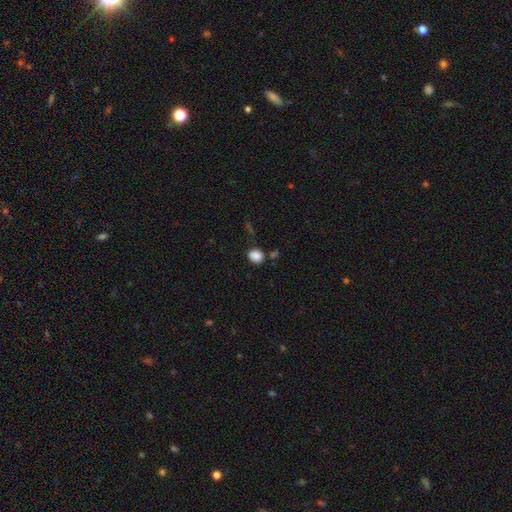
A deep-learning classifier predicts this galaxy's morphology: The model was most divided on "how rounded": round: 57%, in between: 41%, cigar-shaped: 1%. More confident: smooth or featured — smooth (86%); merging — none (76%).